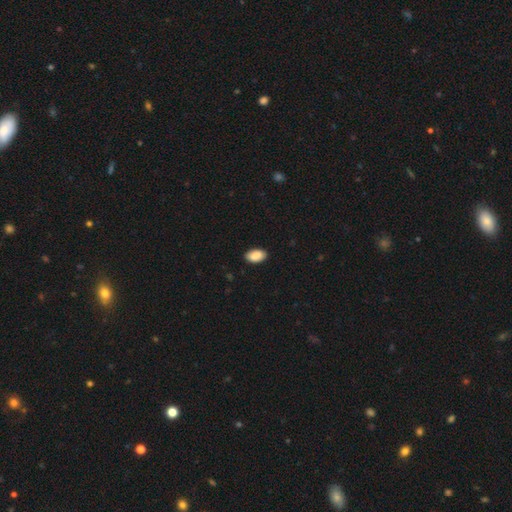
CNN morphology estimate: smooth_or_featured: smooth (p=0.90) [alt: star or artifact p=0.06]
how_rounded: in between (p=0.94) [alt: round p=0.04]
merging: none (p=0.88) [alt: minor disturbance p=0.09]